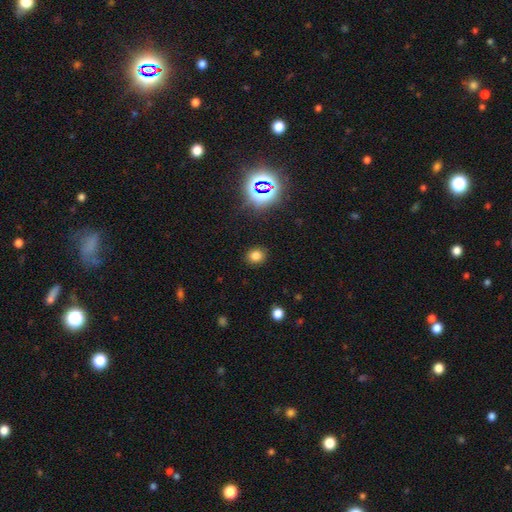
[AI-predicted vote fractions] Smooth or featured? Predicted: smooth (p=0.76). How rounded? Predicted: round (p=0.62). Merging? Predicted: none (p=0.88).